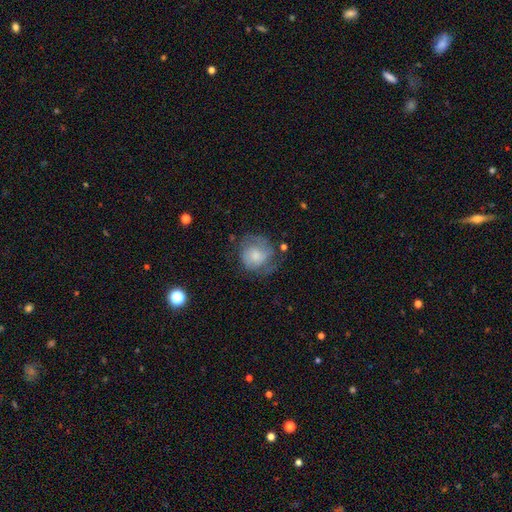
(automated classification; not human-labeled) smooth 48%, featured or disk 44%, star or artifact 7%. Down the decision tree: merging — none (52%).